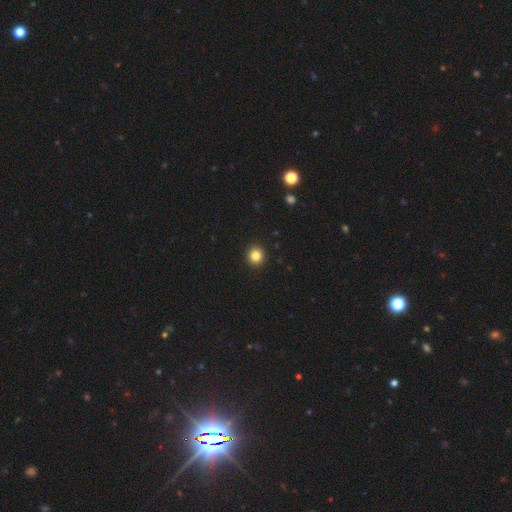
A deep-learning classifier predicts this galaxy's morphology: Smooth or featured: smooth — 83% (star or artifact — 11%)
How rounded: round — 92% (in between — 7%)
Merging: none — 94% (minor disturbance — 4%)